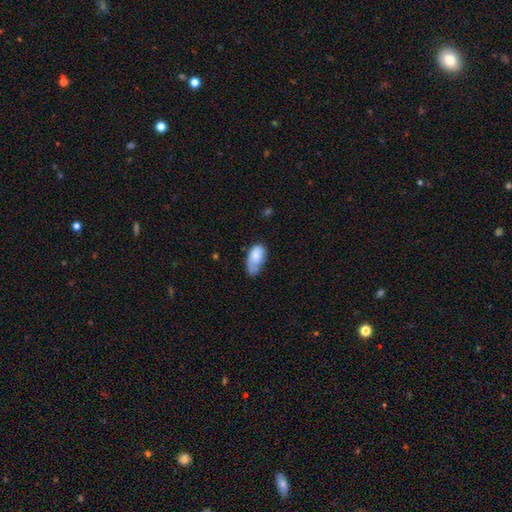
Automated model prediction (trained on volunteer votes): Smooth or featured? Predicted: smooth (p=0.79). How rounded? Predicted: in between (p=0.93). Merging? Predicted: none (p=0.41).